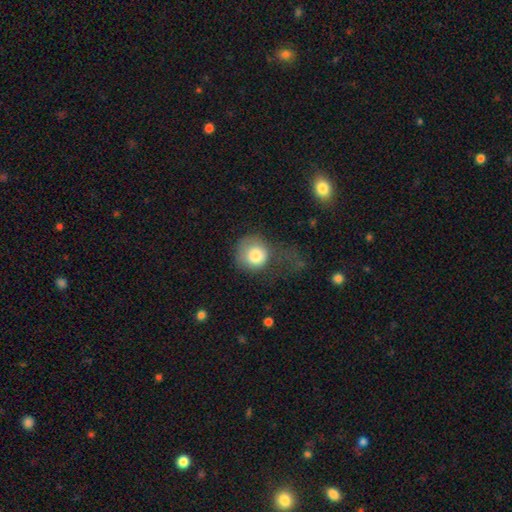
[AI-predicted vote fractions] Overall: smooth (81%). How rounded: round (83%). Merging: major disturbance (41%; none 31%).